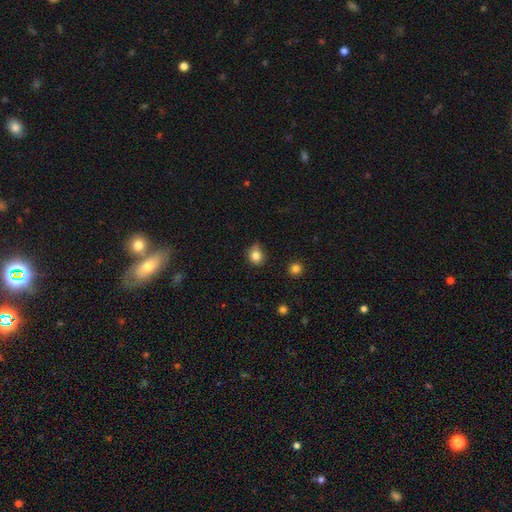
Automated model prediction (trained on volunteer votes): A smooth galaxy with no disk features (83%) that is round (76%).

Vote fractions:
- Smooth or featured? smooth: 83% / star or artifact: 11% / featured or disk: 6%
- How rounded? round: 76% / in between: 23% / cigar-shaped: 1%
- Merging? none: 71% / minor disturbance: 23% / major disturbance: 4% / merger: 2%